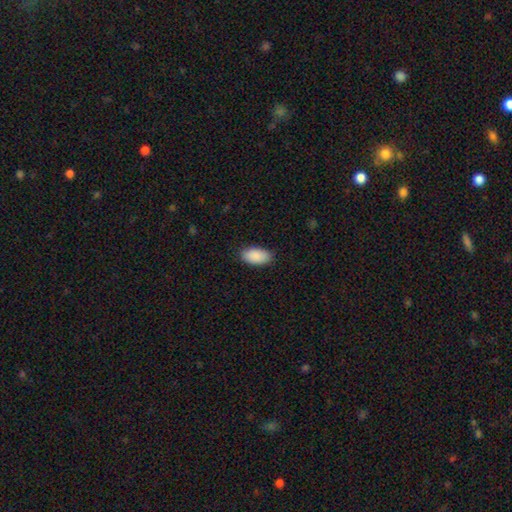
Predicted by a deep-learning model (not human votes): smooth 91%, star or artifact 6%, featured or disk 3%. Down the decision tree: how rounded — in between (95%); merging — none (87%).